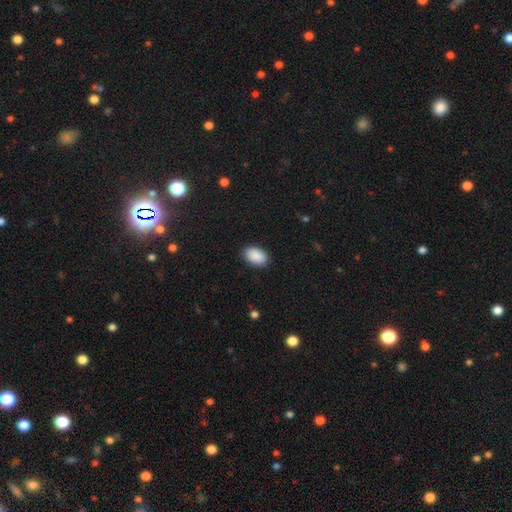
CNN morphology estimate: The model was most divided on "merging": none: 89%, minor disturbance: 8%, major disturbance: 2%, merger: 1%. More confident: smooth or featured — smooth (91%); how rounded — in between (90%).